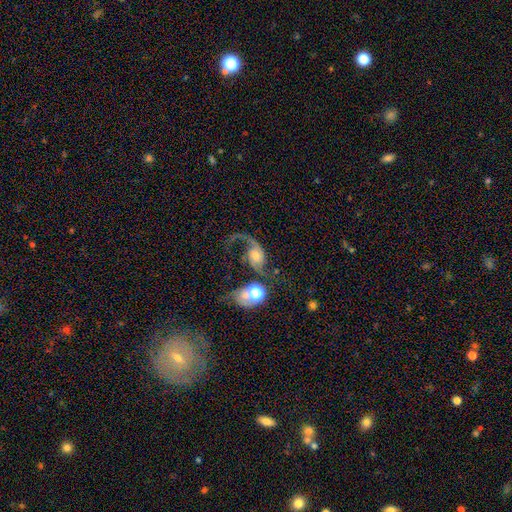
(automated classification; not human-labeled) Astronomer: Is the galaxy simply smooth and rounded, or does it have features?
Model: featured or disk — 77%.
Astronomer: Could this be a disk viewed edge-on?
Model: no — 97%.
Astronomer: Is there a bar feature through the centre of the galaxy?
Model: no — 67%.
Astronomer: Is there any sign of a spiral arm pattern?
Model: yes — 93%.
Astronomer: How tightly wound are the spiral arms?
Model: loose — 82%.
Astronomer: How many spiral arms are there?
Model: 2 — 61%.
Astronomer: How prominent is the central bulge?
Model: moderate — 45% (runner-up: small, 30%).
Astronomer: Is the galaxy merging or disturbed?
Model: none — 34% (runner-up: major disturbance, 31%).